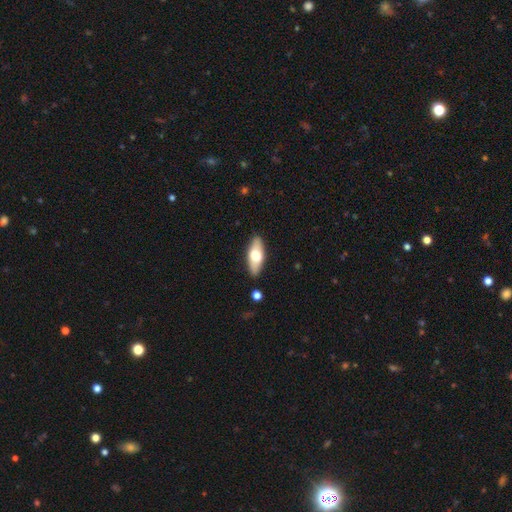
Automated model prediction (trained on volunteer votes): smooth 59%, featured or disk 35%, star or artifact 6%. Down the decision tree: how rounded — in between (75%); merging — none (87%).